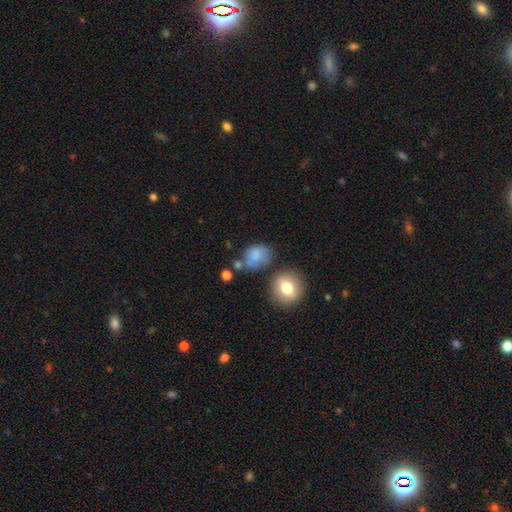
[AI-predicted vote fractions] A smooth galaxy with no disk features (75%) that is in between round and cigar-shaped (55%). Merging: none (46%).